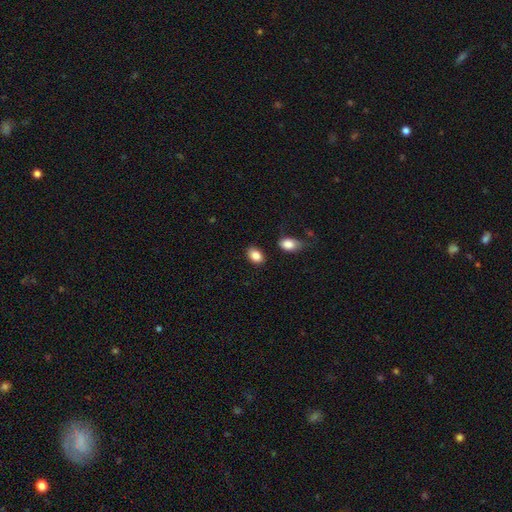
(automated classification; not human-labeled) This is clearly a smooth galaxy (86%). How rounded: likely in between (77%). Merging: clearly none (81%).